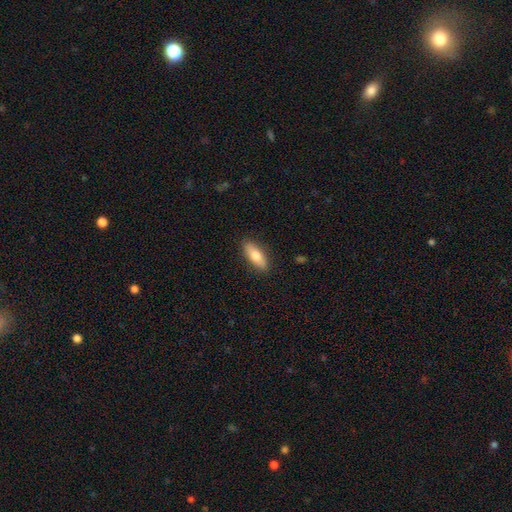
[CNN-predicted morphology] A smooth galaxy with no disk features (76%) that is in between round and cigar-shaped (67%).

Vote fractions:
- Smooth or featured? smooth: 76% / featured or disk: 18% / star or artifact: 6%
- How rounded? in between: 67% / cigar-shaped: 31% / round: 2%
- Merging? none: 88% / minor disturbance: 9% / major disturbance: 2% / merger: 1%